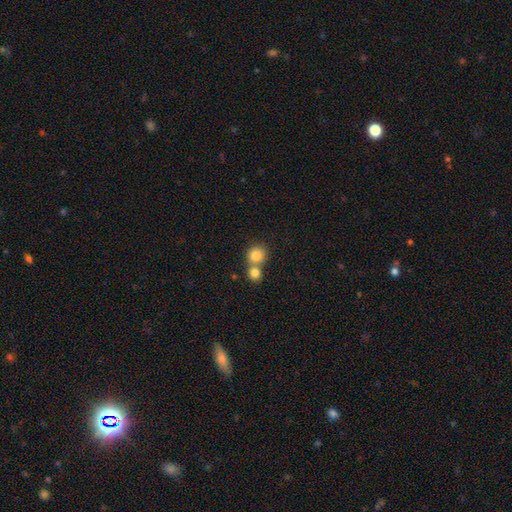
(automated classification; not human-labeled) A smooth galaxy with no disk features (82%) that is round (85%). Merging: merger (49%).